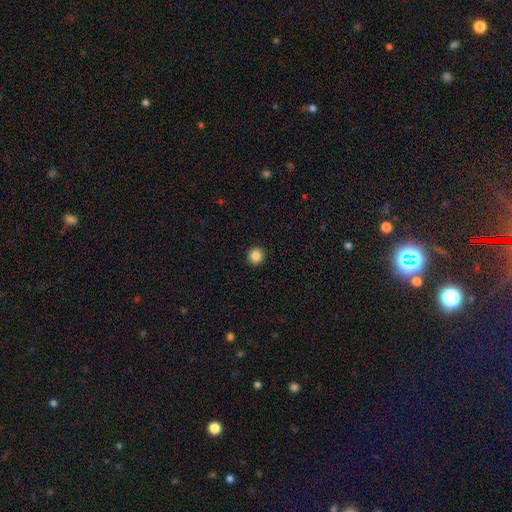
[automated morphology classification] Smooth or featured? smooth (86%)
How rounded? round (91%)
Merging? none (92%)